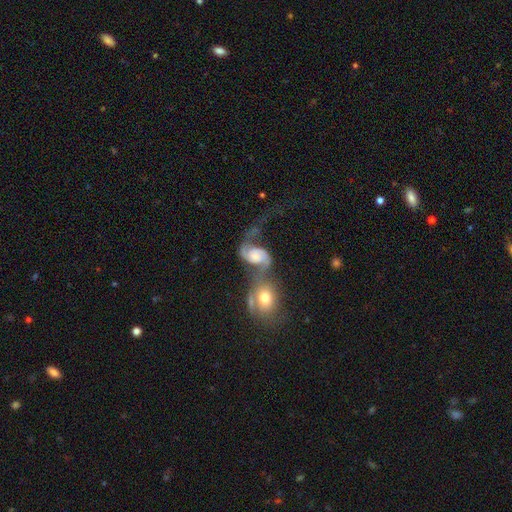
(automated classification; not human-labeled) smooth-or-featured: featured or disk: 78% | smooth: 15% | star or artifact: 7%
  disk-edge-on: no: 97% | yes: 3%
    bar: no: 59% | weak: 31% | strong: 10%
    has-spiral-arms: yes: 94% | no: 6%
      spiral-winding: loose: 57% | medium: 33% | tight: 11%
      spiral-arm-count: 2: 86% | 1: 7% | can't tell: 4% | 3: 1% | 4: 1% | more than 4: 1%
    bulge-size: moderate: 34% | small: 27% | large: 18% | none: 15% | dominant: 5%
  merging: merger: 60% | none: 16% | major disturbance: 15% | minor disturbance: 9%